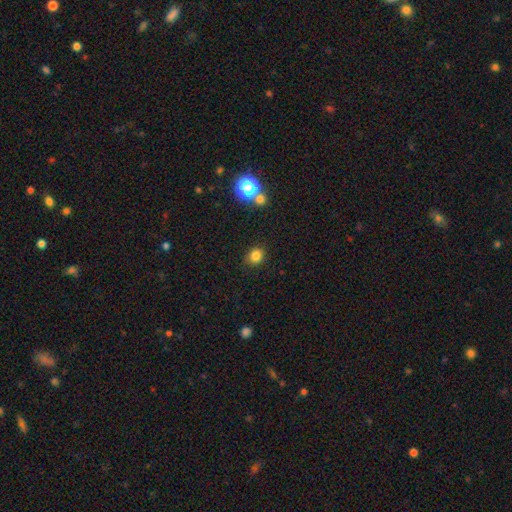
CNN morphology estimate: Smooth or featured? smooth (81%)
How rounded? round (72%)
Merging? none (85%)